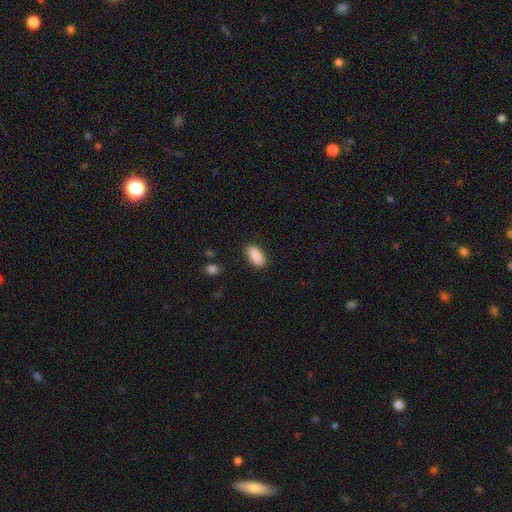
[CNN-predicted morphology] Smooth or featured: smooth — 90% (star or artifact — 7%)
How rounded: in between — 88% (cigar-shaped — 10%)
Merging: none — 87% (minor disturbance — 9%)